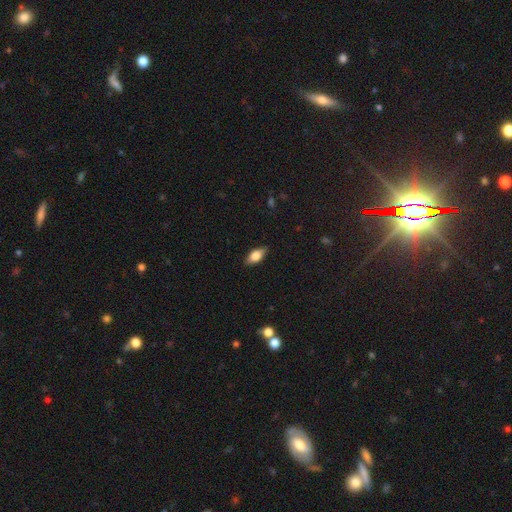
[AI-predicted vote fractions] Smooth or featured: smooth — 71% (featured or disk — 22%)
How rounded: in between — 85% (cigar-shaped — 11%)
Merging: none — 84% (minor disturbance — 12%)